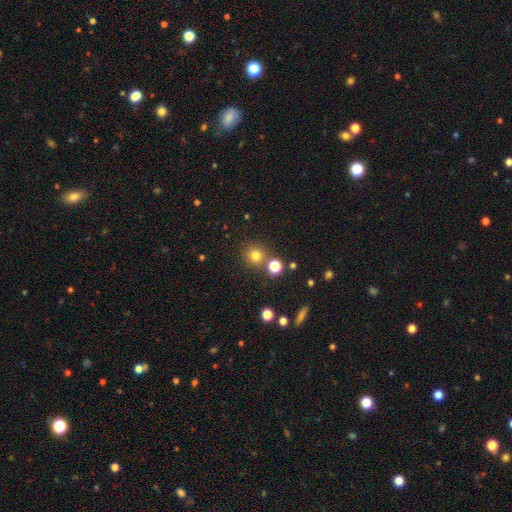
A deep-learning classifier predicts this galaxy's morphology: Smooth or featured? Predicted: smooth (p=0.77). How rounded? Predicted: round (p=0.91). Merging? Predicted: none (p=0.75).